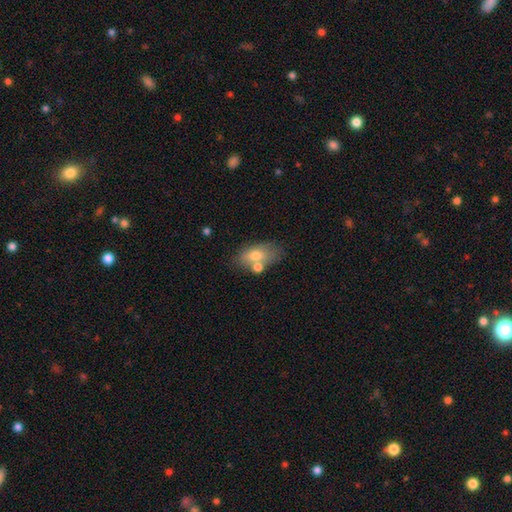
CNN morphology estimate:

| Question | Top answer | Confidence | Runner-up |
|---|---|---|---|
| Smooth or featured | smooth | 70% | featured or disk (21%) |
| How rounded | in between | 87% | round (10%) |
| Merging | none | 53% | merger (25%) |